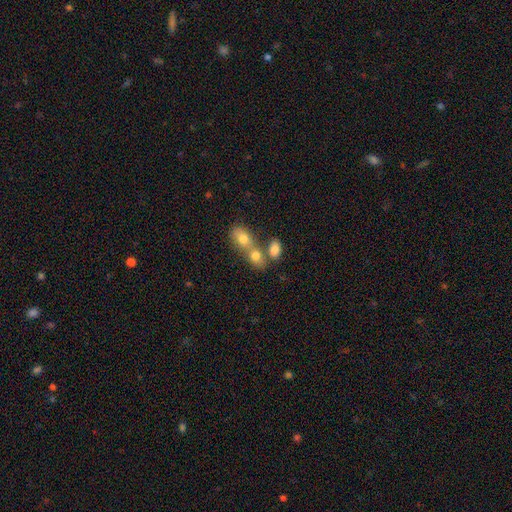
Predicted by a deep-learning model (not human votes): A smooth galaxy with no disk features (76%) that is in between round and cigar-shaped (74%). Merging: merger (60%).